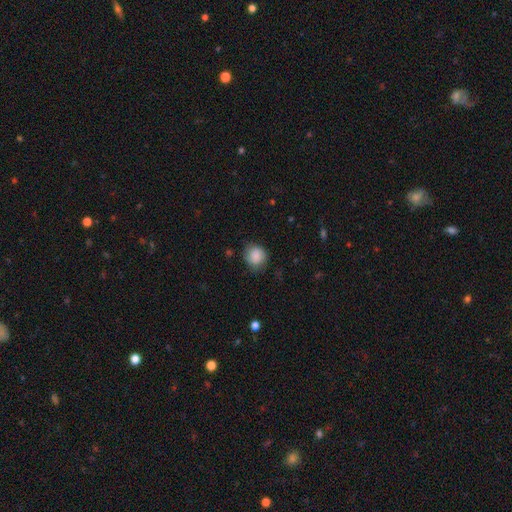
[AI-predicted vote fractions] Morphology: type=smooth (85%); roundness=round (77%); merging=none (73%).